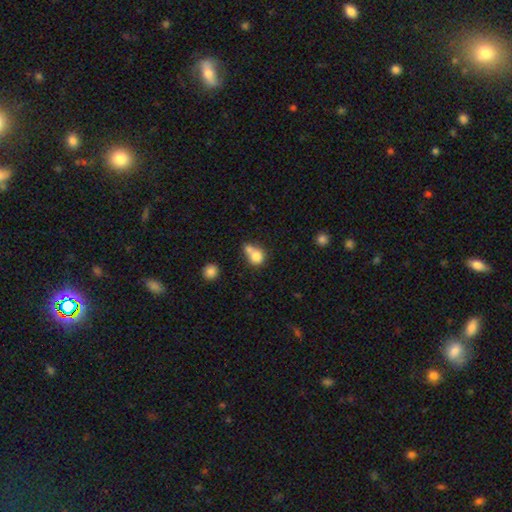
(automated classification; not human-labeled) Overall: smooth (77%). How rounded: round (70%). Merging: merger (52%; none 31%).